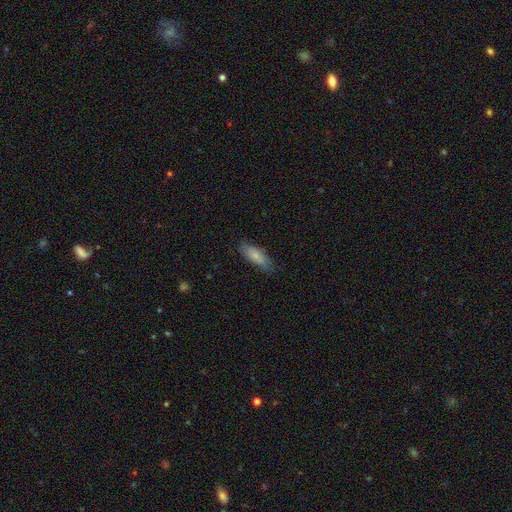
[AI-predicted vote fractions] smooth 82%, featured or disk 12%, star or artifact 6%. Down the decision tree: how rounded — in between (63%); merging — none (77%).